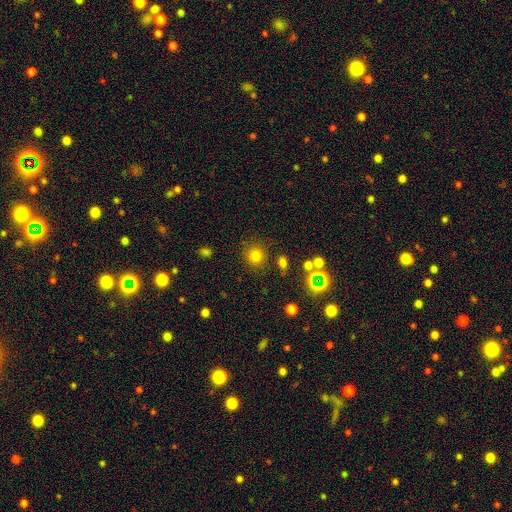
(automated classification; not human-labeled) Smooth or featured? smooth (76%)
How rounded? round (90%)
Merging? none (83%)